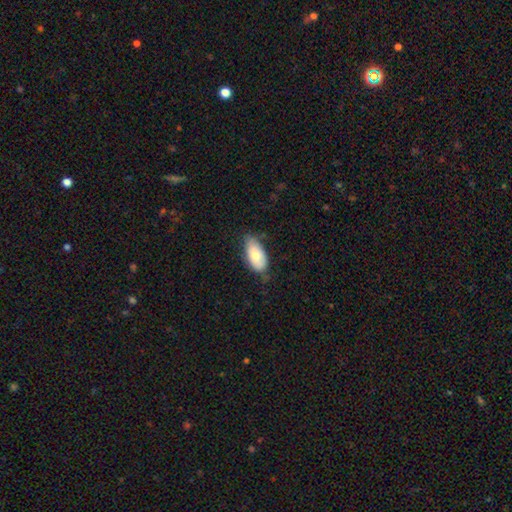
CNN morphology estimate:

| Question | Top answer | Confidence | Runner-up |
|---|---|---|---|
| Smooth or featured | smooth | 75% | featured or disk (19%) |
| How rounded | in between | 93% | cigar-shaped (4%) |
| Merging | none | 62% | minor disturbance (31%) |